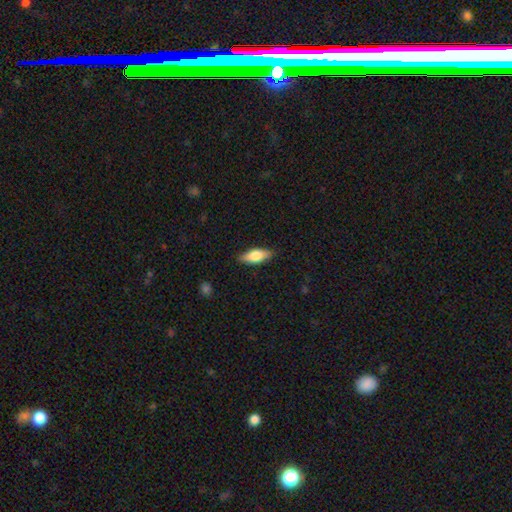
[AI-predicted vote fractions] smooth-or-featured: smooth: 73% | featured or disk: 21% | star or artifact: 6%
  how-rounded: in between: 74% | cigar-shaped: 24% | round: 3%
  merging: none: 87% | minor disturbance: 10% | major disturbance: 2% | merger: 1%